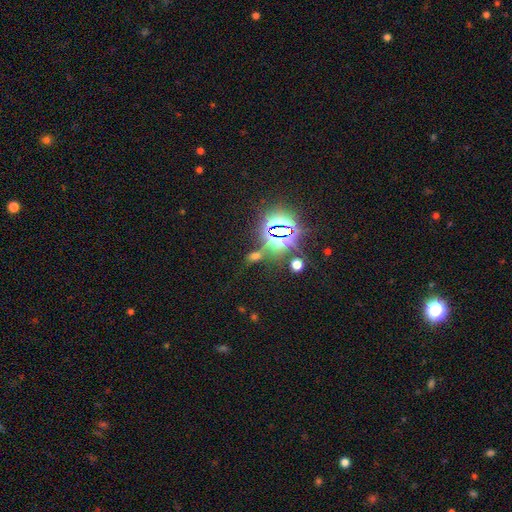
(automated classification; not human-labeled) The model was most divided on "smooth or featured": star or artifact: 58%, smooth: 33%, featured or disk: 10%.